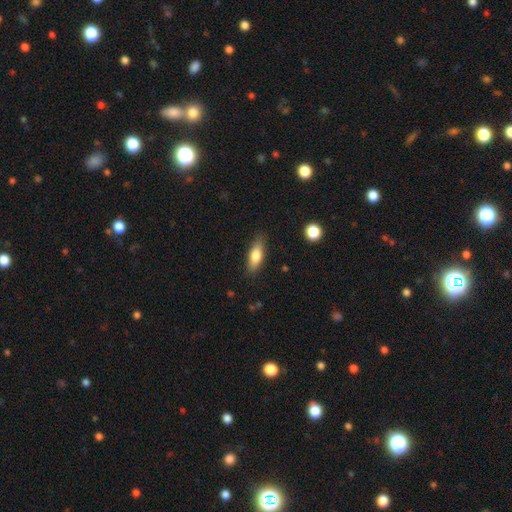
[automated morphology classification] The model was most divided on "how rounded": in between: 60%, cigar-shaped: 37%, round: 3%. More confident: merging — none (82%); smooth or featured — smooth (75%).